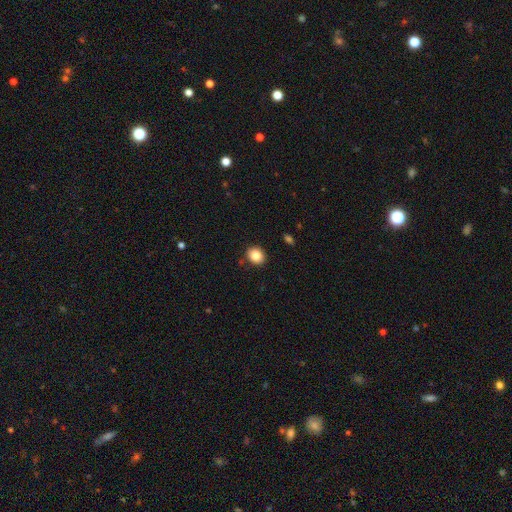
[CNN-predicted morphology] Overall: smooth (85%). How rounded: round (67%; in between 32%). Merging: none (87%).